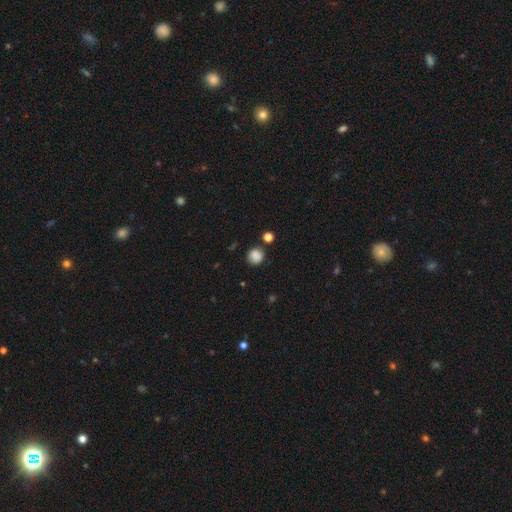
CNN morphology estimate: A smooth galaxy with no disk features (86%) that is round (88%). Merging: none (81%).